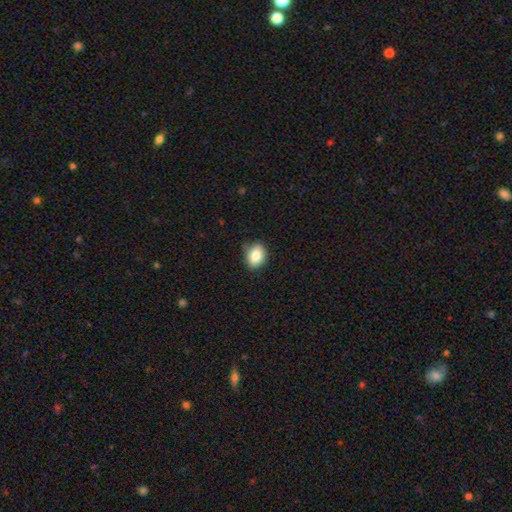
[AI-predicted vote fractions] smooth 86%, star or artifact 8%, featured or disk 6%. Down the decision tree: how rounded — in between (66%); merging — none (82%).